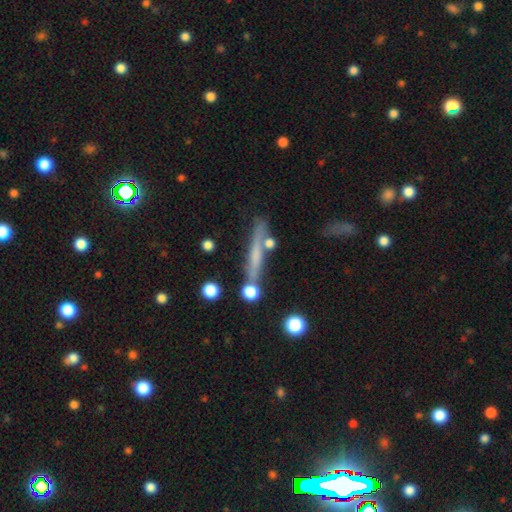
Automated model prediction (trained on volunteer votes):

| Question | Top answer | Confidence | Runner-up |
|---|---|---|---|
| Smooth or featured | smooth | 45% | featured or disk (44%) |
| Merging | none | 71% | minor disturbance (15%) |